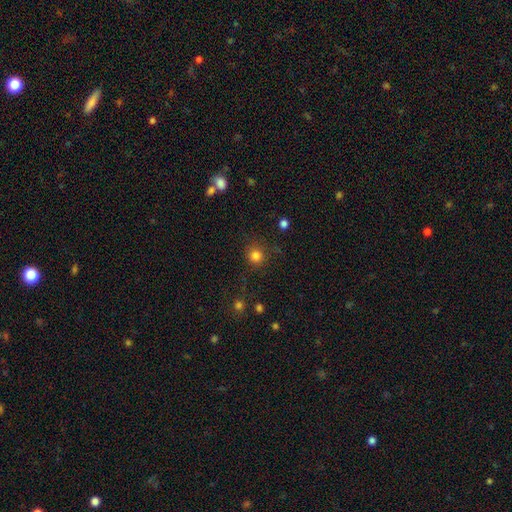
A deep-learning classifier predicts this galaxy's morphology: A smooth galaxy with no disk features (81%) that is round (93%). Merging: none (84%).